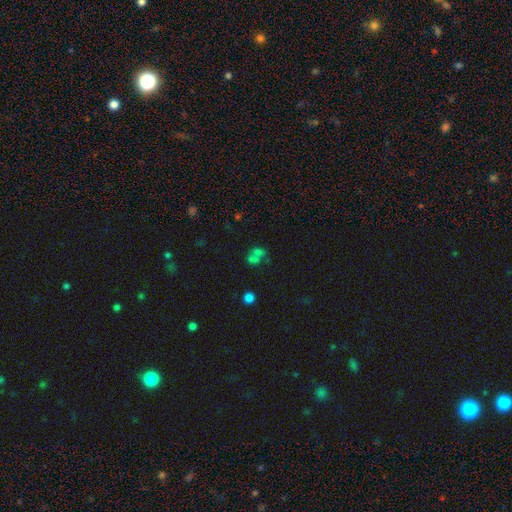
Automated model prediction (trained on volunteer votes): Smooth or featured? Predicted: smooth (p=0.56). How rounded? Predicted: in between (p=0.51). Merging? Predicted: merger (p=0.52).